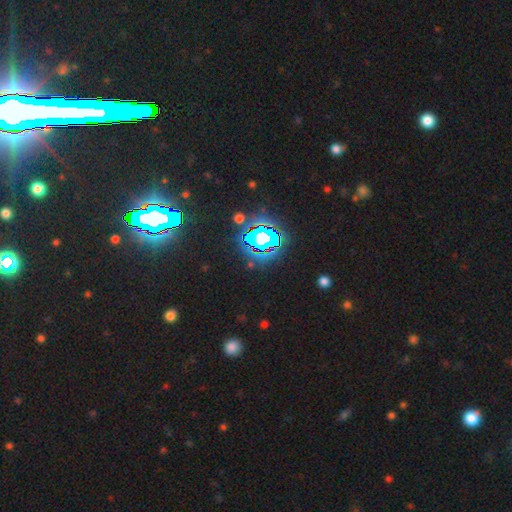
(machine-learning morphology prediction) A star or artifact, not a galaxy (84%).

Vote fractions:
- Smooth or featured? star or artifact: 84% / smooth: 9% / featured or disk: 7%